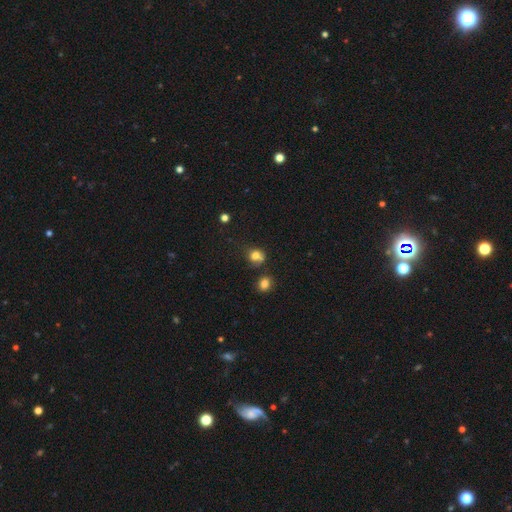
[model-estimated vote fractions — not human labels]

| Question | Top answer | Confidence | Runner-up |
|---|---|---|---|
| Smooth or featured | smooth | 77% | star or artifact (14%) |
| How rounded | round | 67% | in between (32%) |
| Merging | none | 48% | minor disturbance (21%) |